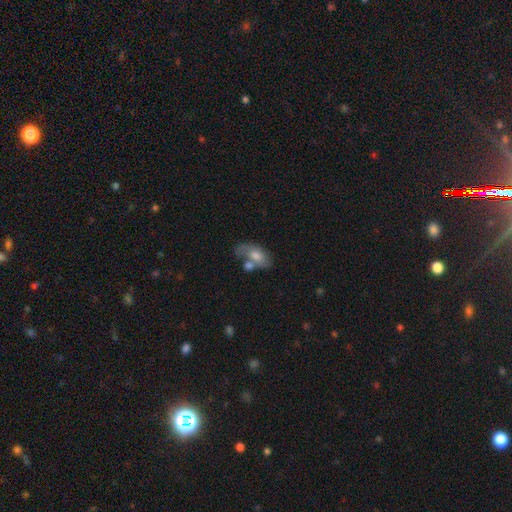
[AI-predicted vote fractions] A smooth galaxy with no disk features (57%) that is in between round and cigar-shaped (89%). Merging: none (35%).